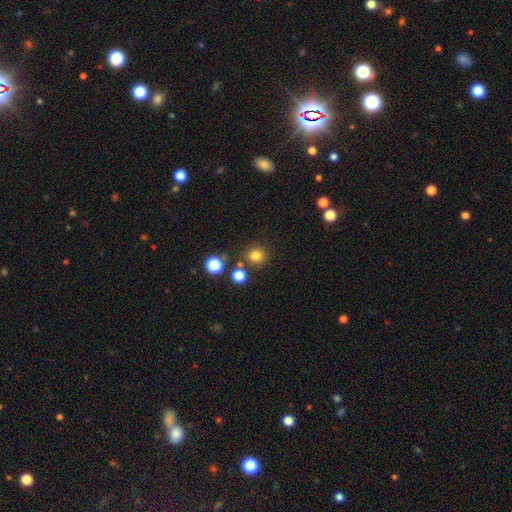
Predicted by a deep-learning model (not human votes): Smooth or featured: smooth — 80% (star or artifact — 15%)
How rounded: round — 87% (in between — 13%)
Merging: none — 78% (minor disturbance — 9%)